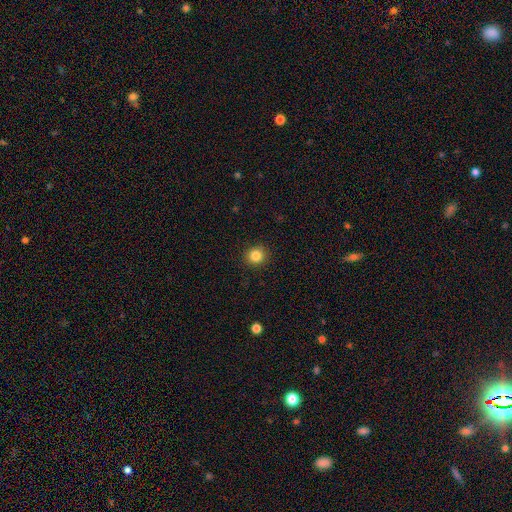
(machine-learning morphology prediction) smooth_or_featured: smooth (p=0.84) [alt: star or artifact p=0.11]
how_rounded: round (p=0.90) [alt: in between p=0.09]
merging: none (p=0.92) [alt: minor disturbance p=0.05]